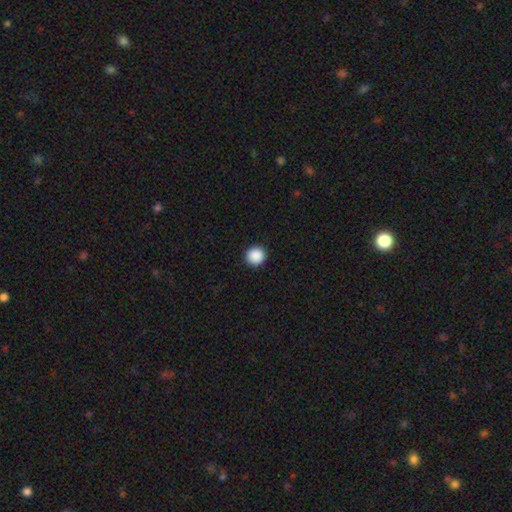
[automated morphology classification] Smooth or featured? smooth (89%)
How rounded? round (96%)
Merging? none (93%)